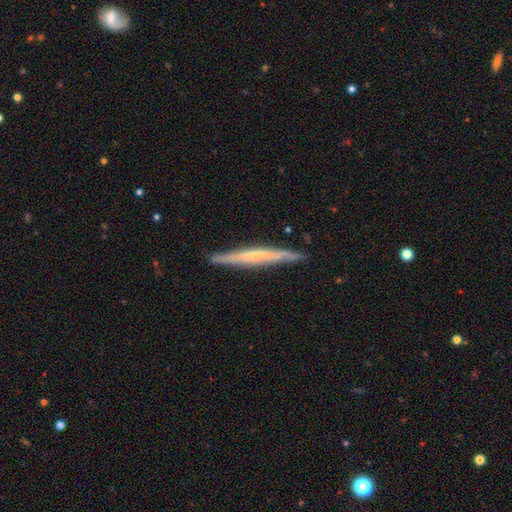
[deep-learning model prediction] Q: Smooth or featured?
A: featured or disk (63%); runner-up: smooth (31%)
Q: Edge-on disk?
A: yes (95%); runner-up: no (5%)
Q: Edge-on bulge?
A: none (63%); runner-up: rounded (26%)
Q: Merging?
A: none (87%); runner-up: minor disturbance (10%)